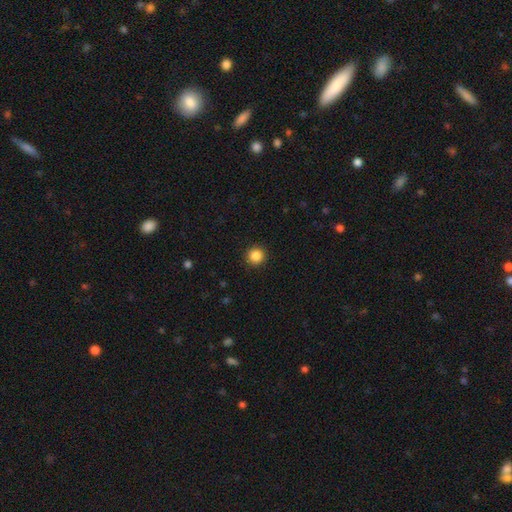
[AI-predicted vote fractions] A smooth galaxy with no disk features (86%) that is round (95%).

Vote fractions:
- Smooth or featured? smooth: 86% / star or artifact: 10% / featured or disk: 3%
- How rounded? round: 95% / in between: 4% / cigar-shaped: 1%
- Merging? none: 93% / minor disturbance: 5% / major disturbance: 2% / merger: 1%